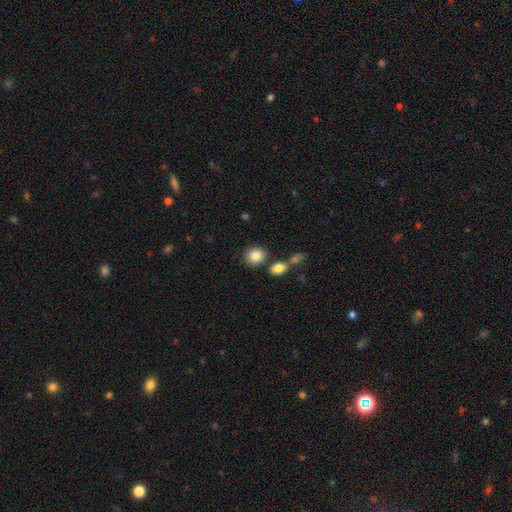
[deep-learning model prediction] smooth-or-featured: smooth: 85% | star or artifact: 9% | featured or disk: 6%
  how-rounded: round: 76% | in between: 23% | cigar-shaped: 1%
  merging: none: 76% | merger: 12% | minor disturbance: 9% | major disturbance: 3%